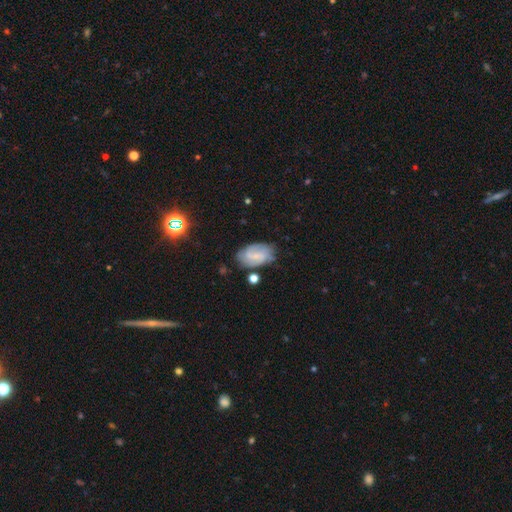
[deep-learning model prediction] Overall: featured or disk (59%; smooth 33%). Edge-on disk: no (97%). Bar: weak (48%; no 40%). Spiral arms: yes (88%). Bulge size: small (55%; none 31%). Merging: none (67%).